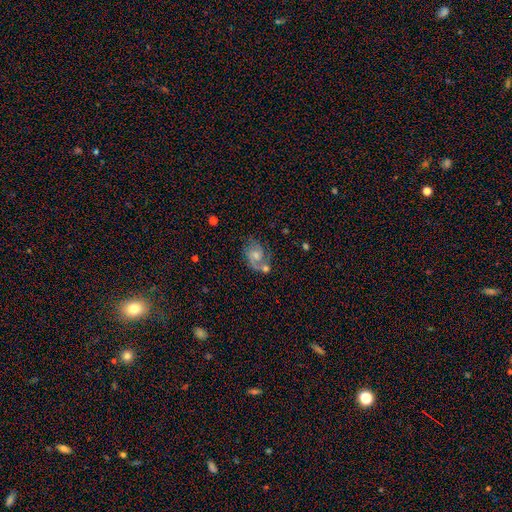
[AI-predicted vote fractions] Q: Smooth or featured?
A: featured or disk (69%); runner-up: smooth (22%)
Q: Edge-on disk?
A: no (98%); runner-up: yes (2%)
Q: Bar?
A: no (61%); runner-up: weak (34%)
Q: Spiral arms?
A: yes (90%); runner-up: no (10%)
Q: Spiral winding?
A: medium (49%); runner-up: tight (27%)
Q: Spiral arm count?
A: 2 (66%); runner-up: 1 (20%)
Q: Bulge size?
A: moderate (41%); runner-up: small (38%)
Q: Merging?
A: none (46%); runner-up: minor disturbance (20%)